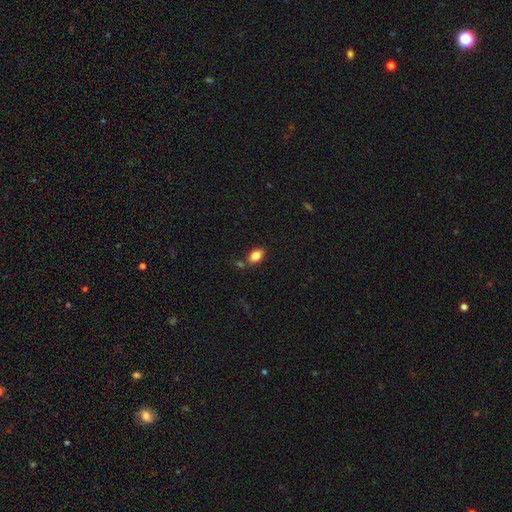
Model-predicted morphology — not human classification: Q: Smooth or featured?
A: smooth (84%); runner-up: star or artifact (9%)
Q: How rounded?
A: in between (86%); runner-up: round (12%)
Q: Merging?
A: none (73%); runner-up: minor disturbance (13%)